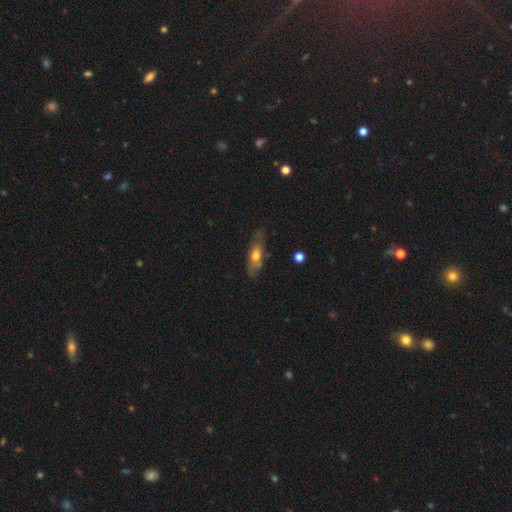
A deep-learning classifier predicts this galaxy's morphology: A smooth galaxy with no disk features (54%) that is in between round and cigar-shaped (62%).

Vote fractions:
- Smooth or featured? smooth: 54% / featured or disk: 39% / star or artifact: 7%
- How rounded? in between: 62% / cigar-shaped: 34% / round: 4%
- Merging? none: 69% / minor disturbance: 22% / major disturbance: 6% / merger: 3%